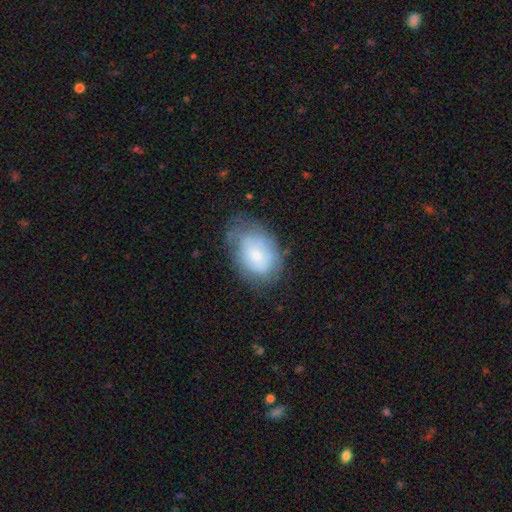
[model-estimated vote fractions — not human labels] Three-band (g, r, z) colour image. It shows a smooth galaxy with no disk features (52%) that is in between round and cigar-shaped (79%). Merging: none (58%).